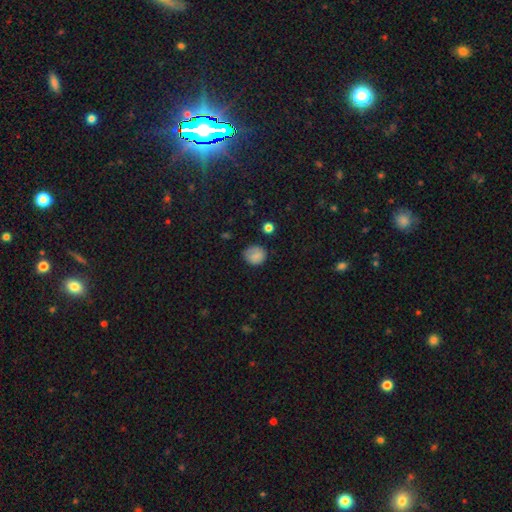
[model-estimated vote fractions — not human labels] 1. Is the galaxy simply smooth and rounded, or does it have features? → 82% smooth, 10% star or artifact, 8% featured or disk.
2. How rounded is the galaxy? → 83% round, 16% in between, 1% cigar-shaped.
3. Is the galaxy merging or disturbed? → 72% none, 21% minor disturbance, 5% major disturbance, 2% merger.